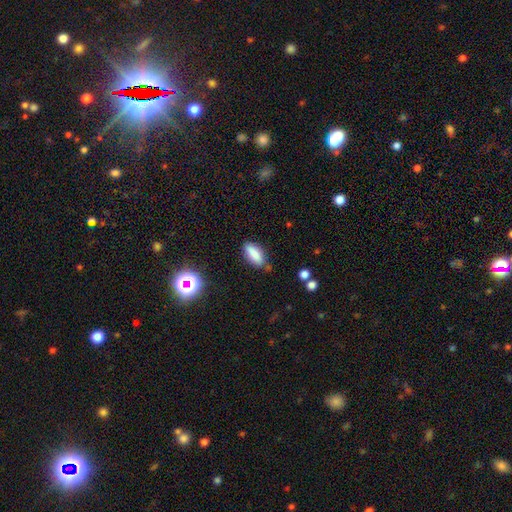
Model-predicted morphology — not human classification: The model was most divided on "how rounded": in between: 77%, cigar-shaped: 20%, round: 3%. More confident: smooth or featured — smooth (83%); merging — none (78%).